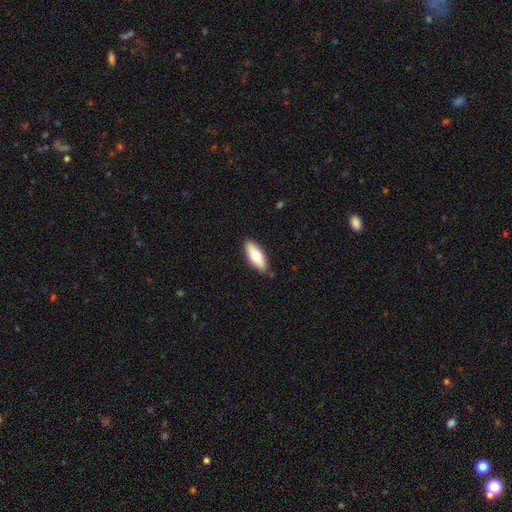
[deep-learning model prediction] Smooth or featured? Predicted: smooth (p=0.71). How rounded? Predicted: in between (p=0.72). Merging? Predicted: none (p=0.87).